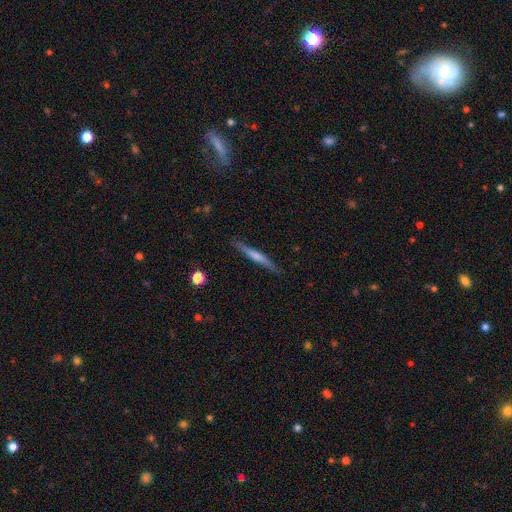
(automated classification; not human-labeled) The model was most divided on "edge-on bulge": rounded: 52%, none: 33%, boxy: 15%. More confident: edge-on disk — yes (98%); merging — none (90%); smooth or featured — featured or disk (61%).